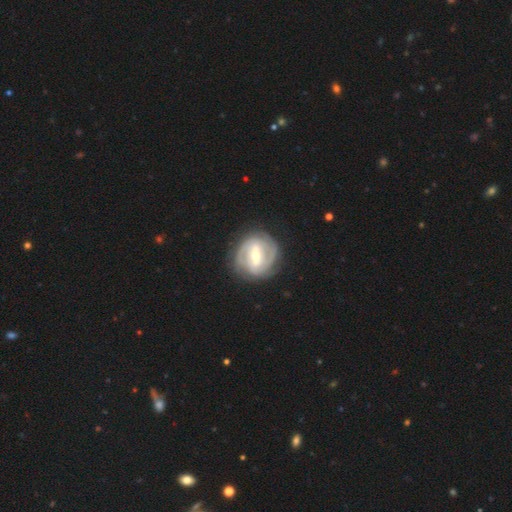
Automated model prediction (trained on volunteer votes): smooth-or-featured: featured or disk: 83% | smooth: 13% | star or artifact: 4%
  disk-edge-on: no: 97% | yes: 3%
    bar: strong: 53% | weak: 36% | no: 10%
    has-spiral-arms: yes: 89% | no: 11%
      spiral-winding: tight: 63% | medium: 29% | loose: 9%
      spiral-arm-count: 2: 54% | can't tell: 22% | 3: 13% | 4: 4% | 1: 4% | more than 4: 3%
    bulge-size: moderate: 59% | small: 35% | large: 3% | none: 1% | dominant: 1%
  merging: none: 81% | minor disturbance: 13% | major disturbance: 5% | merger: 1%